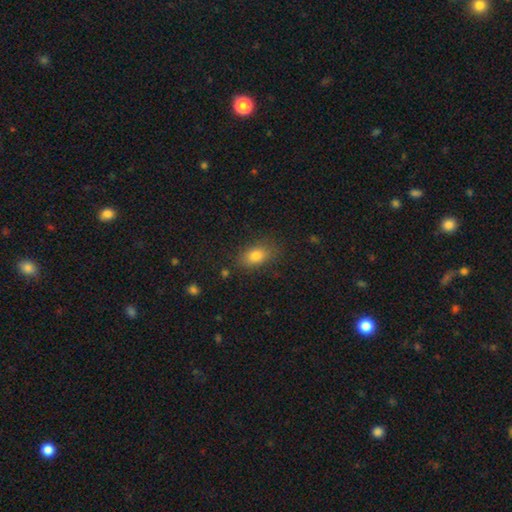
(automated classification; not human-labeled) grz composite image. It shows a smooth galaxy with no disk features (80%) that is in between round and cigar-shaped (84%). Merging: none (80%).